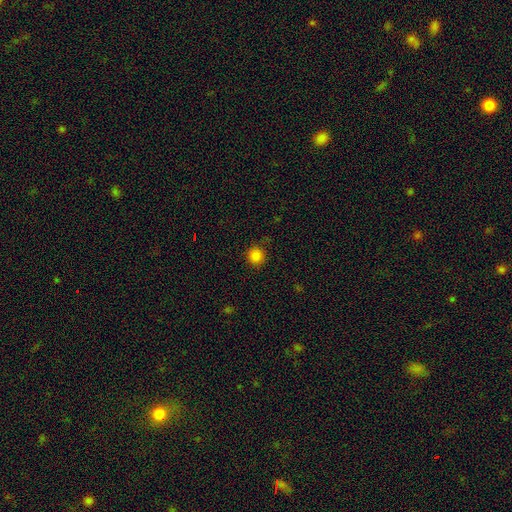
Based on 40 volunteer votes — smooth 85%, star or artifact 10%, featured or disk 5%. Down the decision tree: how rounded — round (94%); merging — none (92%).